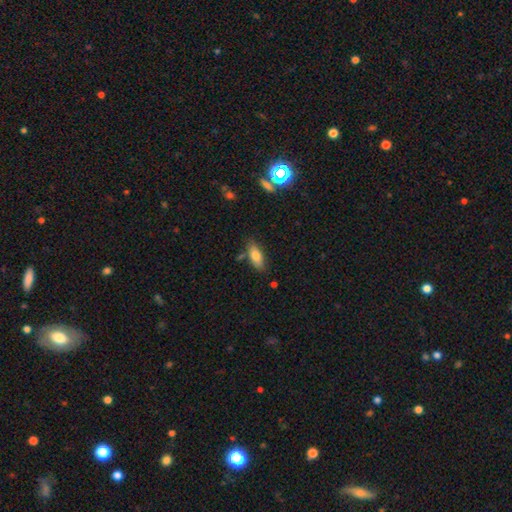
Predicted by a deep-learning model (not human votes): Q: Smooth or featured?
A: smooth (78%); runner-up: featured or disk (14%)
Q: How rounded?
A: in between (78%); runner-up: cigar-shaped (20%)
Q: Merging?
A: none (76%); runner-up: minor disturbance (15%)